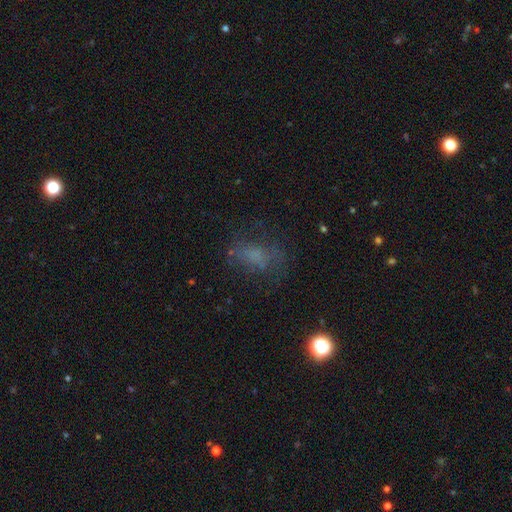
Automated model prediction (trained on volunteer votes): Overall: smooth (51%; featured or disk 26%). How rounded: in between (73%). Merging: none (57%; major disturbance 21%).